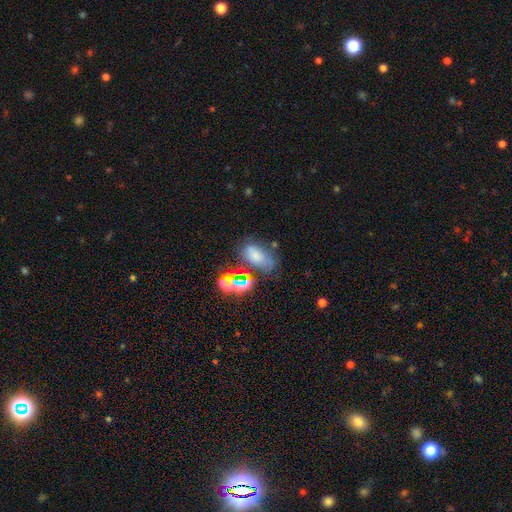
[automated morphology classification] Smooth or featured?
  - smooth: 61% *
  - star or artifact: 22%
  - featured or disk: 17%
How rounded?
  - in between: 84% *
  - round: 12%
  - cigar-shaped: 4%
Merging?
  - none: 51% *
  - minor disturbance: 23%
  - merger: 14%
  - major disturbance: 12%